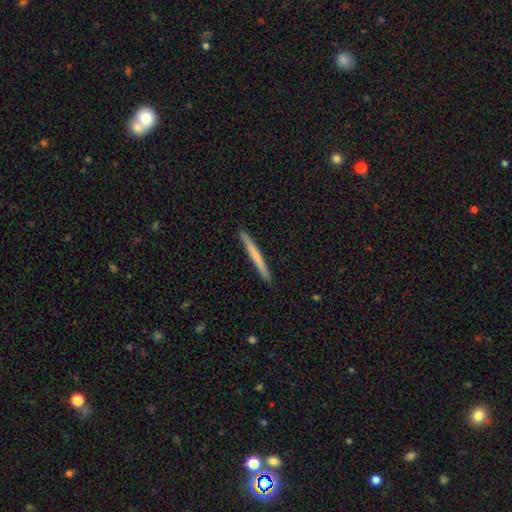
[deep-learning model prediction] This is possibly a smooth galaxy (57%). How rounded: clearly cigar-shaped (97%). Merging: clearly none (91%).